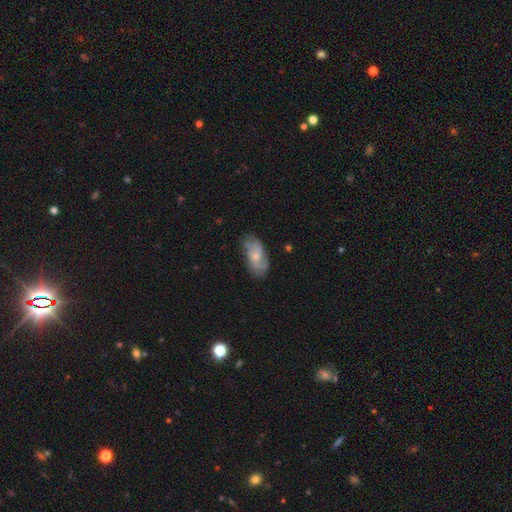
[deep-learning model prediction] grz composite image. It shows a featured or disk galaxy (59%) with no bar (70%), spiral arms (82%) and a small central bulge (56%). Merging: none (66%).